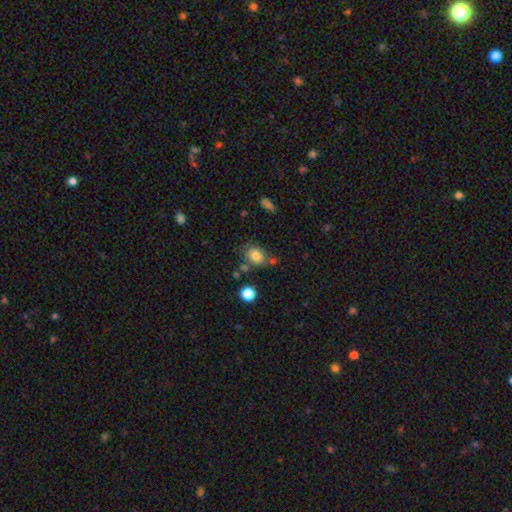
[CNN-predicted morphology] A smooth galaxy with no disk features (79%) that is round (50%). Merging: none (61%).